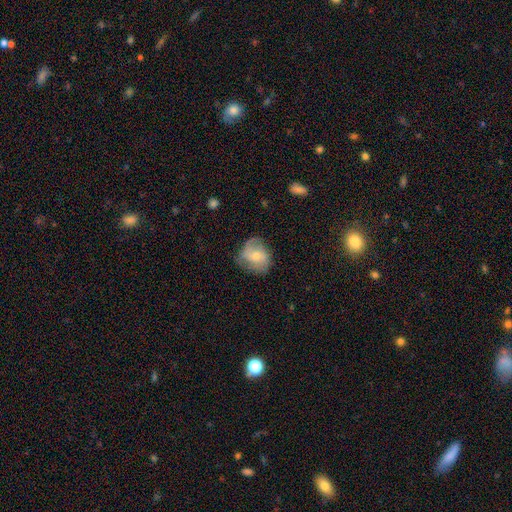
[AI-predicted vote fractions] A smooth galaxy with no disk features (49%). Merging: none (57%).